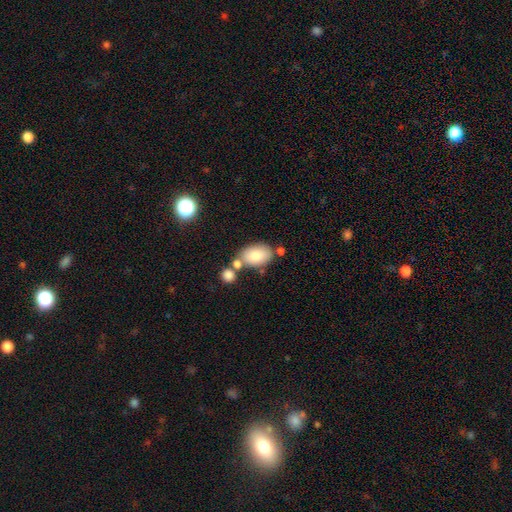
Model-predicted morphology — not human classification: A smooth galaxy with no disk features (80%) that is in between round and cigar-shaped (90%).

Vote fractions:
- Smooth or featured? smooth: 80% / featured or disk: 13% / star or artifact: 7%
- How rounded? in between: 90% / round: 8% / cigar-shaped: 1%
- Merging? none: 59% / merger: 21% / minor disturbance: 15% / major disturbance: 5%